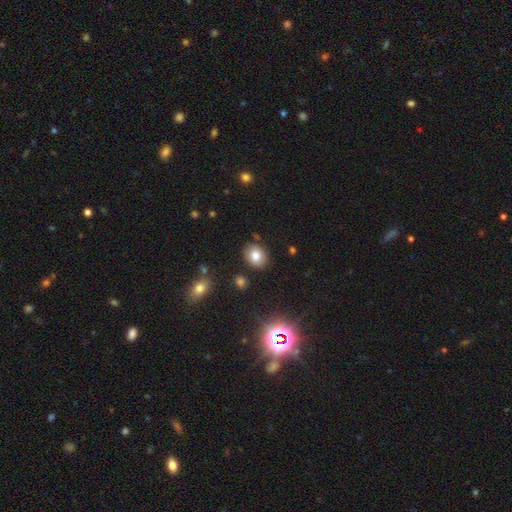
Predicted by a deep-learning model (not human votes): Morphology: type=smooth (80%); roundness=round (57%); merging=none (86%).